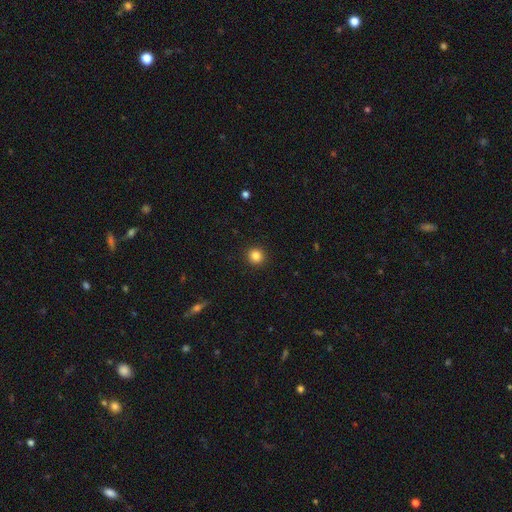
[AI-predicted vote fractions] This appears to be a smooth galaxy with no disk features (84%) that is round (94%). Merging: none (93%).